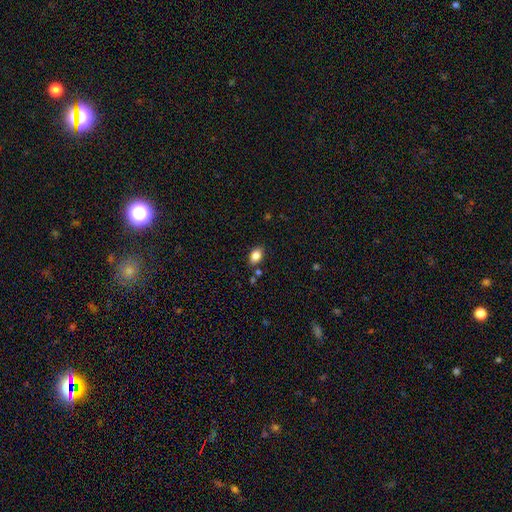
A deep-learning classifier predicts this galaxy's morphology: Smooth or featured?
  - smooth: 83% *
  - star or artifact: 9%
  - featured or disk: 8%
How rounded?
  - in between: 86% *
  - round: 12%
  - cigar-shaped: 2%
Merging?
  - none: 81% *
  - minor disturbance: 12%
  - merger: 4%
  - major disturbance: 3%